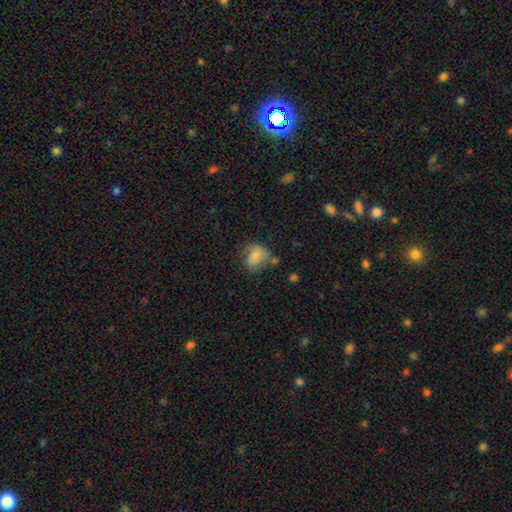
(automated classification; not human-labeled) Q: Smooth or featured?
A: smooth (71%); runner-up: featured or disk (20%)
Q: How rounded?
A: round (59%); runner-up: in between (40%)
Q: Merging?
A: none (50%); runner-up: minor disturbance (28%)